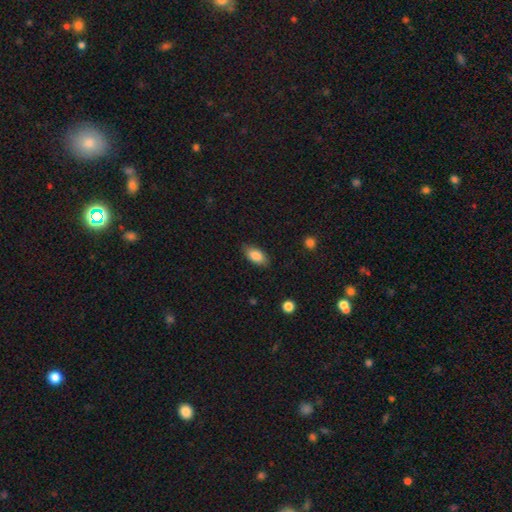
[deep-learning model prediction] Smooth or featured: smooth — 85% (featured or disk — 8%)
How rounded: in between — 91% (cigar-shaped — 5%)
Merging: none — 84% (minor disturbance — 13%)